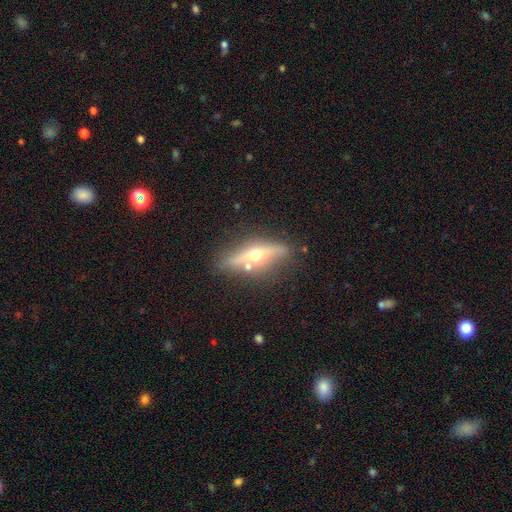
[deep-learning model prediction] A featured or disk galaxy (71%) viewed edge-on (89%) with a rounded central bulge (96%). Merging: none (78%).